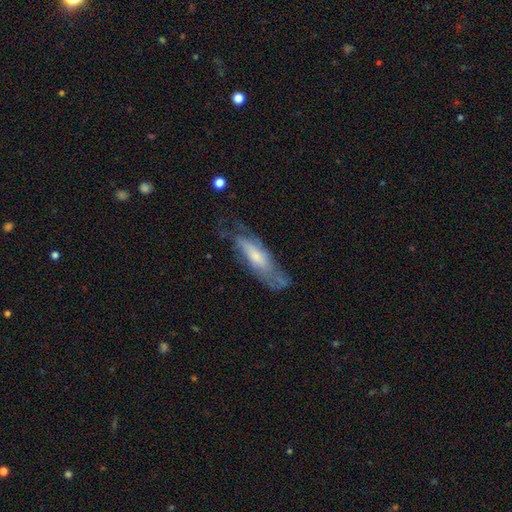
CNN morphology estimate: Smooth or featured: featured or disk — 60% (smooth — 33%)
Edge-on disk: no — 67% (yes — 33%)
Merging: none — 52% (minor disturbance — 26%)